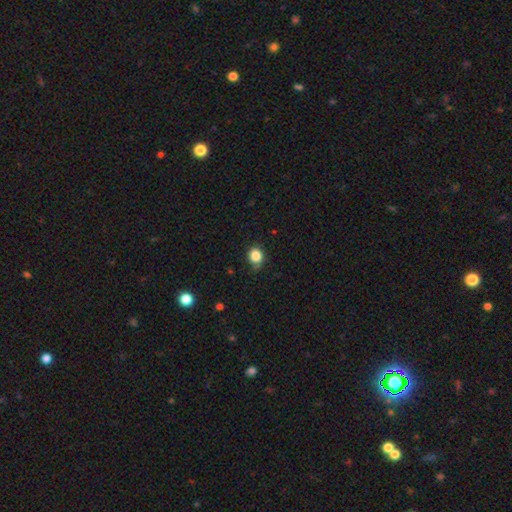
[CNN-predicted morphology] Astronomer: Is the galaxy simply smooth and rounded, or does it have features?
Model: smooth — 84%.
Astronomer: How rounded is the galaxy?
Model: round — 76%.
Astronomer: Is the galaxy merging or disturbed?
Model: none — 68%.